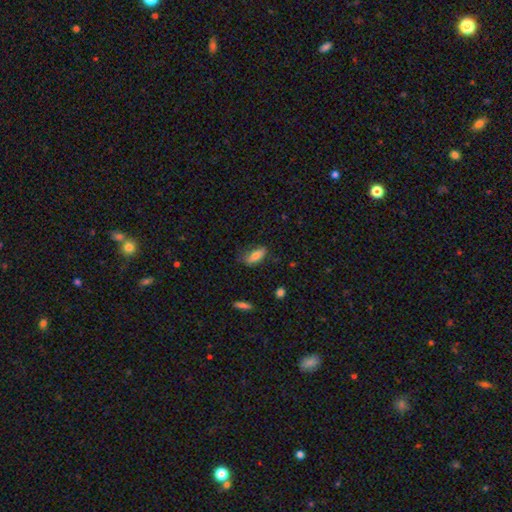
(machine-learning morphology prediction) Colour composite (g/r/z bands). It shows a smooth galaxy with no disk features (74%) that is in between round and cigar-shaped (80%). Merging: none (59%).